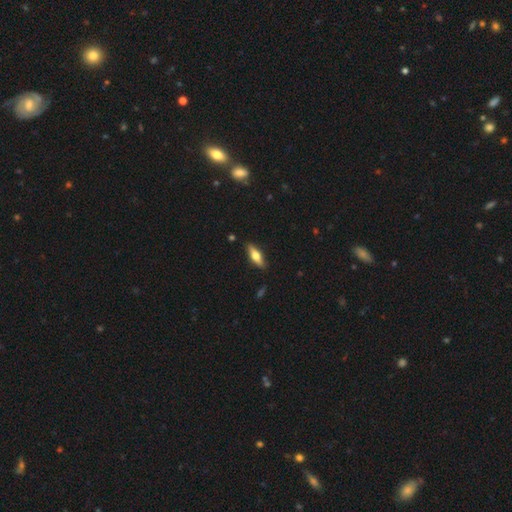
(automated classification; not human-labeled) Smooth or featured? Predicted: smooth (p=0.50). How rounded? Predicted: cigar-shaped (p=0.49). Merging? Predicted: none (p=0.88).